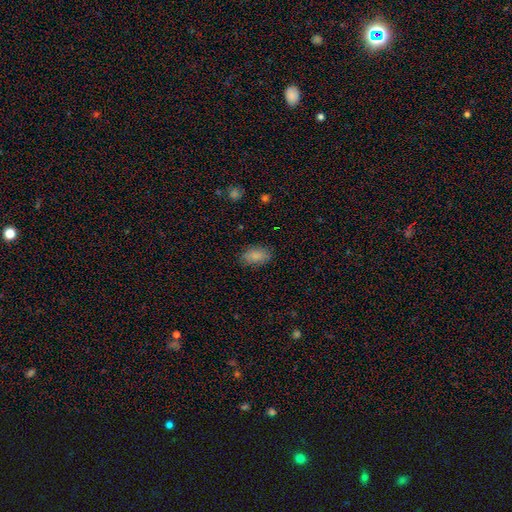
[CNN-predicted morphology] This appears to be a smooth galaxy with no disk features (87%) that is in between round and cigar-shaped (93%). Merging: none (86%).